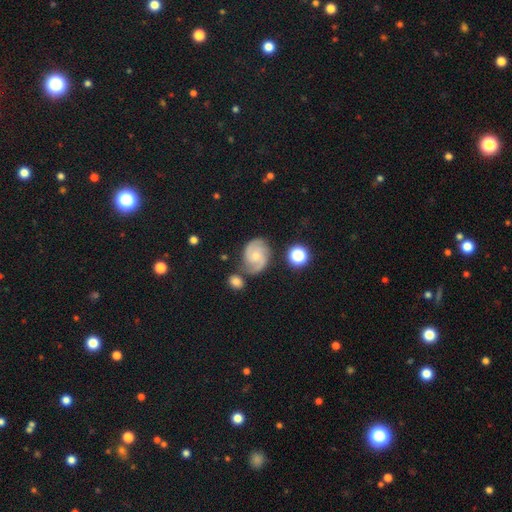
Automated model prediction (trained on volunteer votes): This appears to be a featured or disk galaxy (76%) with no bar (61%), 2 (74%) medium (49%) spiral arms (95%) and a small central bulge (52%). Merging: none (64%).